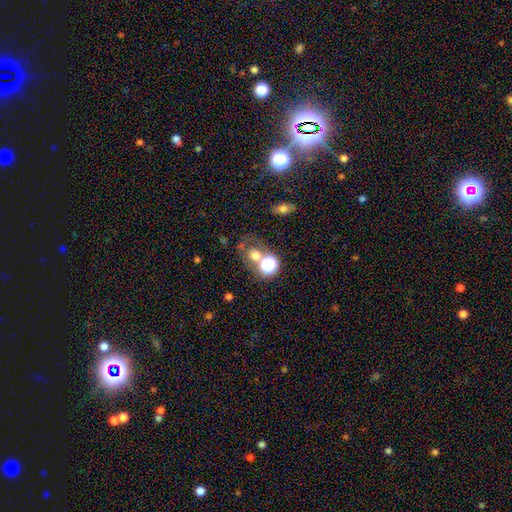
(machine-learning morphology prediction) smooth-or-featured: smooth: 59% | star or artifact: 27% | featured or disk: 14%
  how-rounded: round: 79% | in between: 20% | cigar-shaped: 1%
  merging: none: 51% | merger: 30% | minor disturbance: 10% | major disturbance: 8%